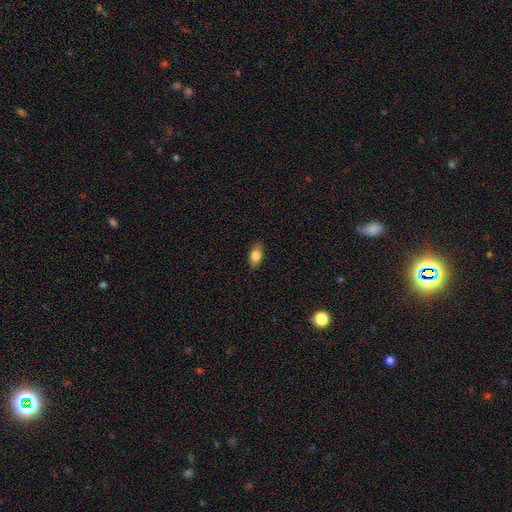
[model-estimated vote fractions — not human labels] Smooth or featured?
  - smooth: 81% *
  - featured or disk: 11%
  - star or artifact: 8%
How rounded?
  - in between: 85% *
  - round: 9%
  - cigar-shaped: 6%
Merging?
  - none: 83% *
  - minor disturbance: 14%
  - major disturbance: 3%
  - merger: 1%